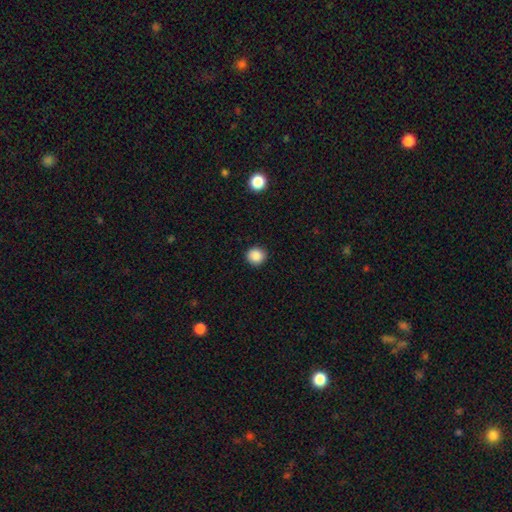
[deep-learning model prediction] A smooth galaxy with no disk features (88%) that is round (91%).

Vote fractions:
- Smooth or featured? smooth: 88% / star or artifact: 9% / featured or disk: 3%
- How rounded? round: 91% / in between: 8% / cigar-shaped: 1%
- Merging? none: 91% / minor disturbance: 6% / major disturbance: 2% / merger: 1%